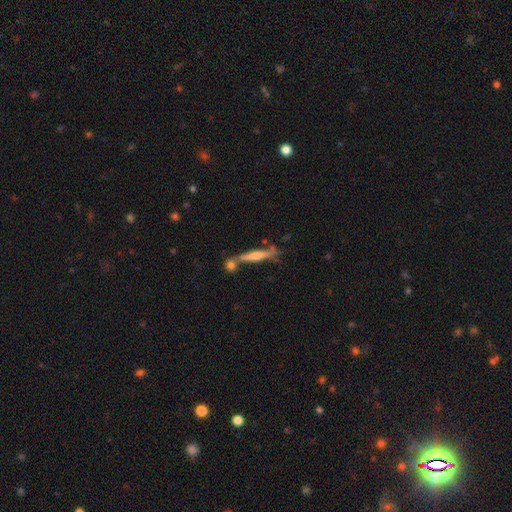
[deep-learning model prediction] Overall: featured or disk (50%; smooth 42%). Edge-on disk: yes (89%). Merging: none (57%; merger 20%).